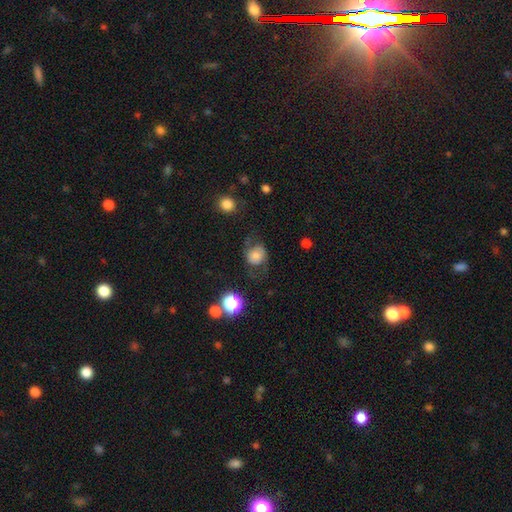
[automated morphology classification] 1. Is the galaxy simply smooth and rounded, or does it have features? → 60% smooth, 29% featured or disk, 11% star or artifact.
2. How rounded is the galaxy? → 71% round, 28% in between, 1% cigar-shaped.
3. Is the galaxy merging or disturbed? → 55% none, 23% minor disturbance, 20% major disturbance, 3% merger.